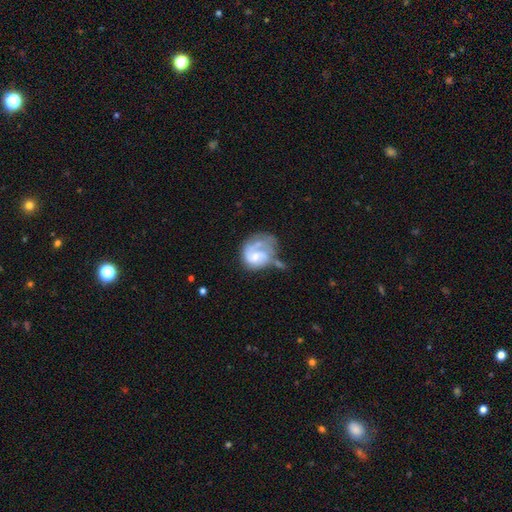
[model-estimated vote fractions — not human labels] This is likely a featured or disk galaxy (61%). It is clearly not viewed edge-on (98%). Bar: likely no (63%). Spiral arm pattern: likely yes (68%). Central bulge: marginally moderate (42%). Merging: marginally major disturbance (35%).